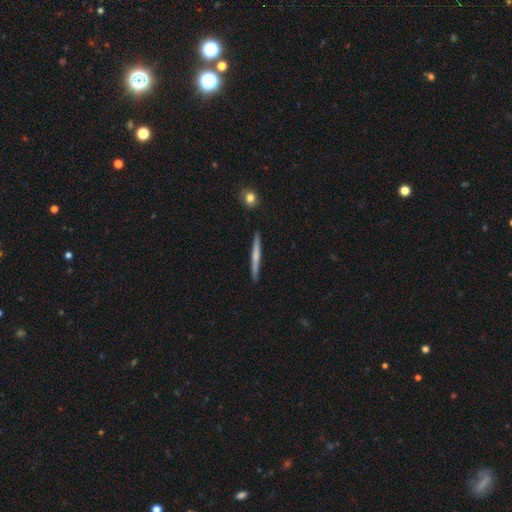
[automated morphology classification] Smooth or featured: smooth — 52% (featured or disk — 42%)
How rounded: cigar-shaped — 96% (in between — 2%)
Merging: none — 91% (minor disturbance — 7%)